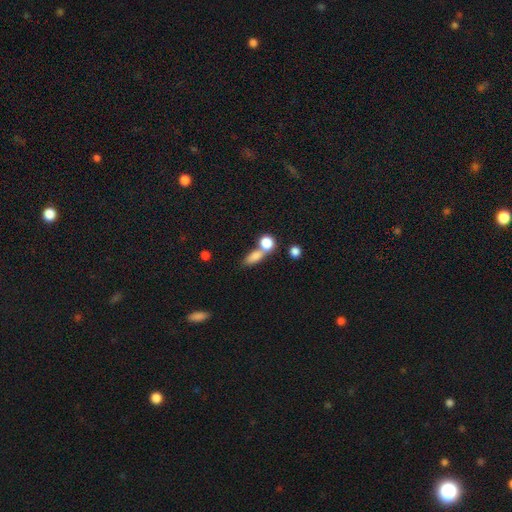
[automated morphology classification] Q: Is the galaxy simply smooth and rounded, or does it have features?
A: smooth — 79%.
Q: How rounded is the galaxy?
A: in between — 63%.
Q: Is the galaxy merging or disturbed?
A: merger — 47%.